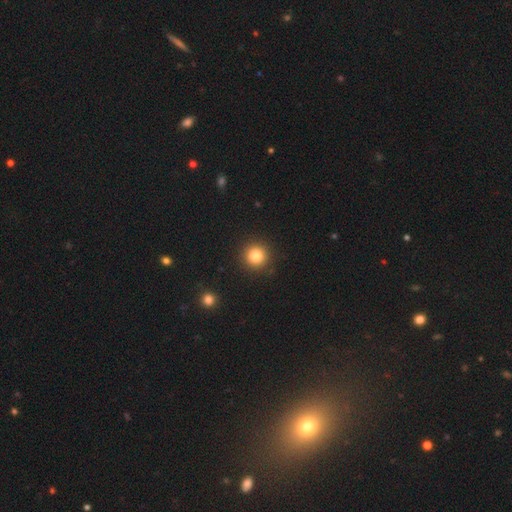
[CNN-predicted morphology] smooth_or_featured: smooth (p=0.82) [alt: star or artifact p=0.12]
how_rounded: round (p=0.95) [alt: in between p=0.04]
merging: none (p=0.91) [alt: minor disturbance p=0.06]